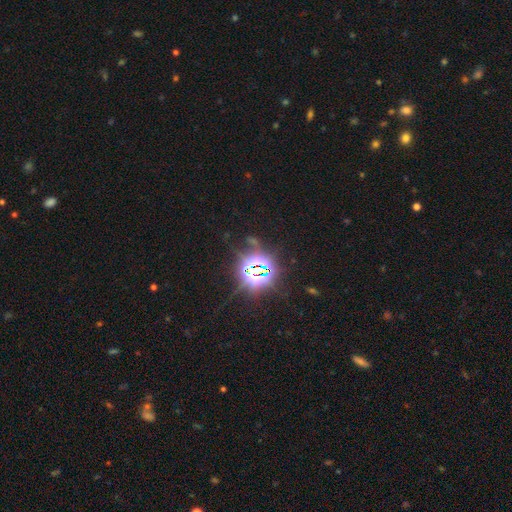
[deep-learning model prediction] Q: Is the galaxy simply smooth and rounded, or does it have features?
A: star or artifact — 84%.